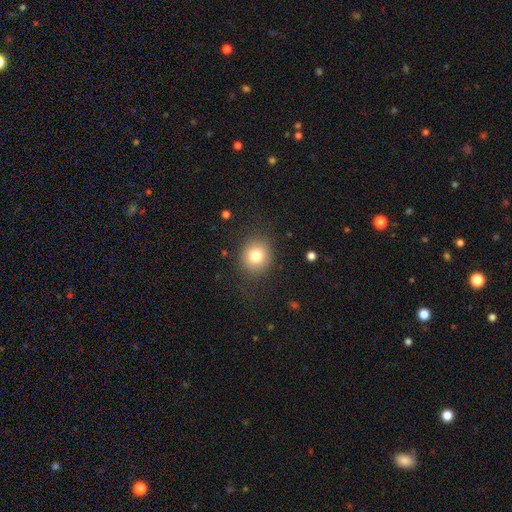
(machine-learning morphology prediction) smooth 79%, star or artifact 10%, featured or disk 10%. Down the decision tree: how rounded — round (83%); merging — none (85%).